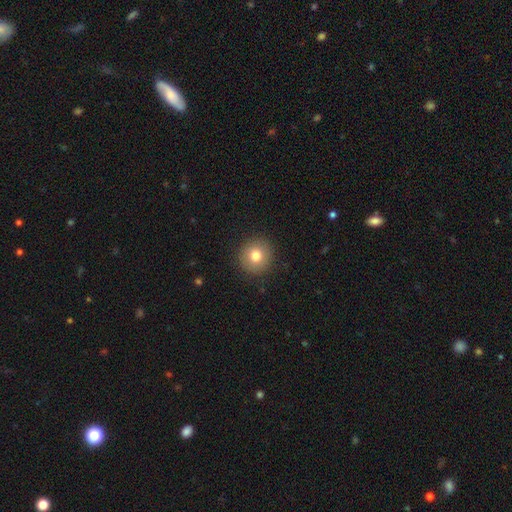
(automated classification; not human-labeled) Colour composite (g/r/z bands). It shows a smooth galaxy with no disk features (78%) that is round (93%). Merging: none (91%).